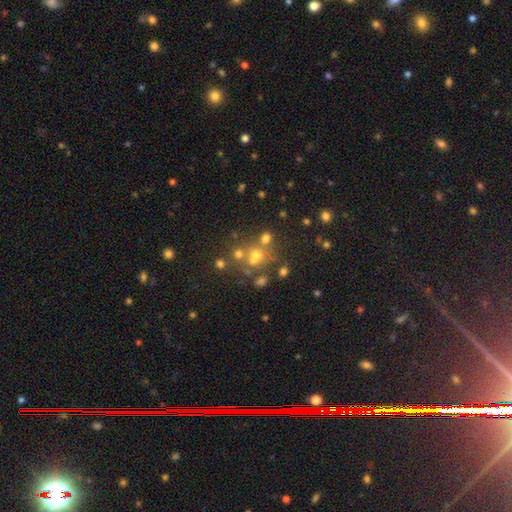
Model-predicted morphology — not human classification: smooth_or_featured: smooth (p=0.50) [alt: star or artifact p=0.30]
how_rounded: round (p=0.81) [alt: in between p=0.18]
merging: none (p=0.55) [alt: merger p=0.29]